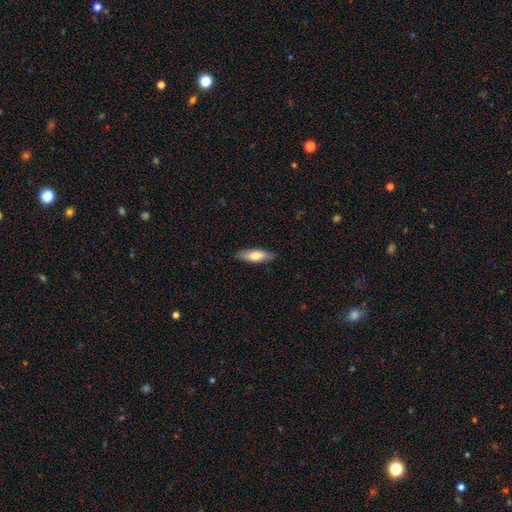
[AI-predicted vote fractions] Q: Smooth or featured?
A: smooth (68%); runner-up: featured or disk (26%)
Q: How rounded?
A: in between (54%); runner-up: cigar-shaped (44%)
Q: Merging?
A: none (86%); runner-up: minor disturbance (11%)